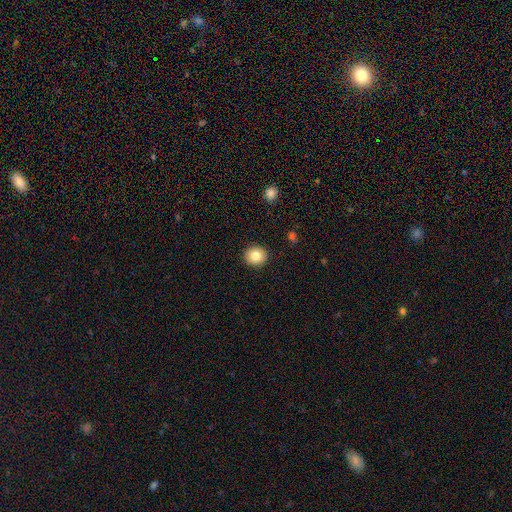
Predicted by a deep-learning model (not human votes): The model was most divided on "how rounded": round: 85%, in between: 14%, cigar-shaped: 1%. More confident: merging — none (92%); smooth or featured — smooth (82%).